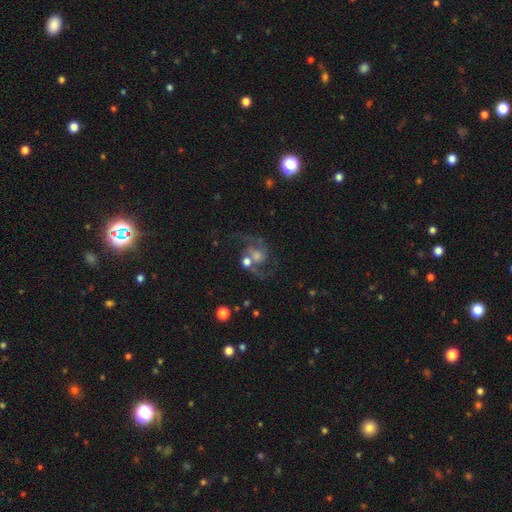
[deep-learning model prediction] Overall: featured or disk (82%). Edge-on disk: no (98%). Bar: no (58%; weak 34%). Spiral arms: yes (95%). Spiral arm count: 2 (90%). Spiral winding: medium (50%; loose 40%). Bulge size: moderate (47%; small 33%). Merging: none (53%; merger 21%).